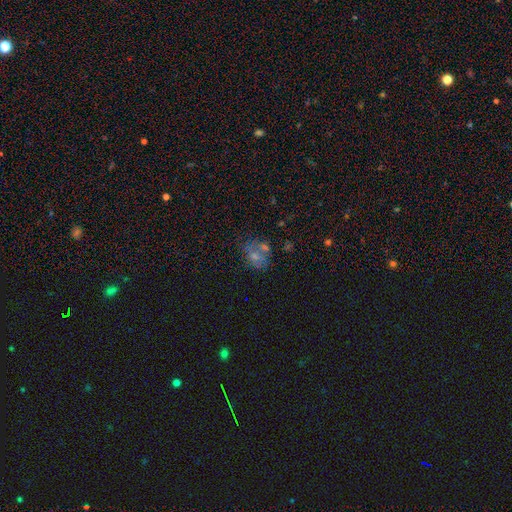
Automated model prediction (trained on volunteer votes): Smooth or featured: smooth — 46% (featured or disk — 36%)
Merging: none — 40% (merger — 26%)